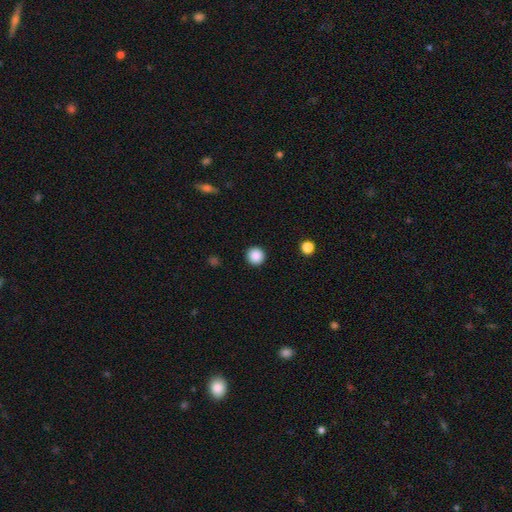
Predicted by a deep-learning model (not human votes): Overall: smooth (88%). How rounded: round (95%). Merging: none (93%).